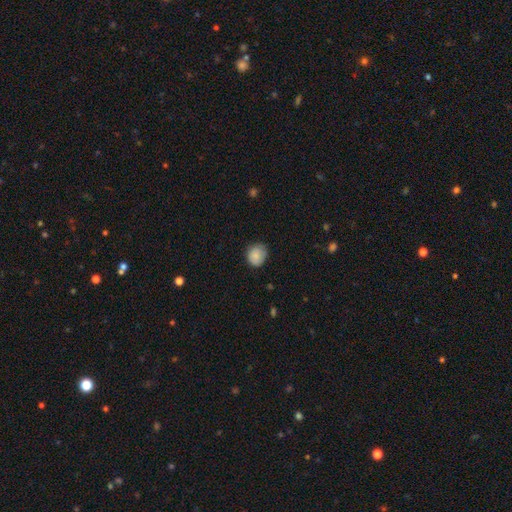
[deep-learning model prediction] Overall: smooth (85%). How rounded: round (70%). Merging: none (70%).